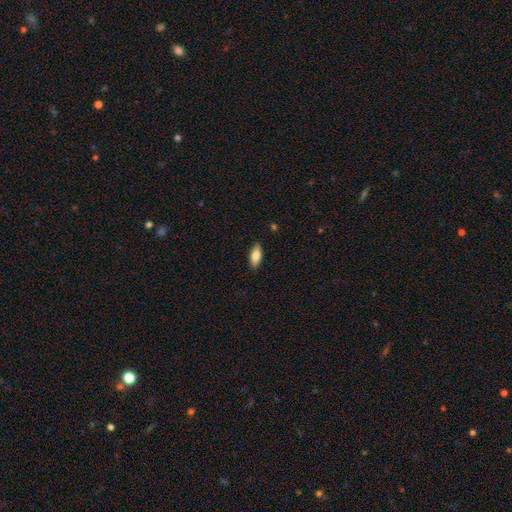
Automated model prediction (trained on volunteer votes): smooth_or_featured: smooth (p=0.80) [alt: featured or disk p=0.14]
how_rounded: in between (p=0.82) [alt: cigar-shaped p=0.15]
merging: none (p=0.87) [alt: minor disturbance p=0.10]